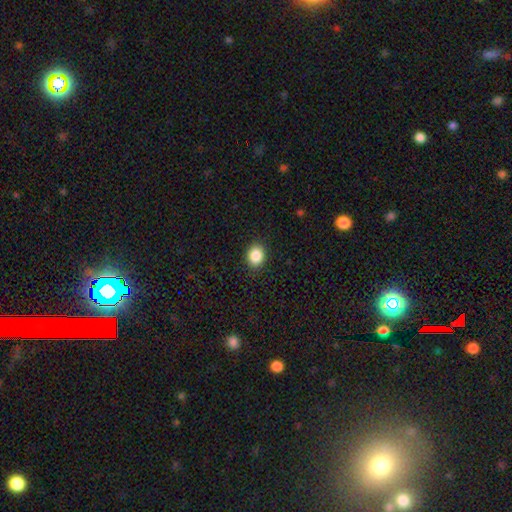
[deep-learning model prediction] Smooth or featured?
  - smooth: 87% *
  - star or artifact: 9%
  - featured or disk: 4%
How rounded?
  - round: 56% *
  - in between: 43%
  - cigar-shaped: 1%
Merging?
  - none: 90% *
  - minor disturbance: 7%
  - major disturbance: 2%
  - merger: 1%